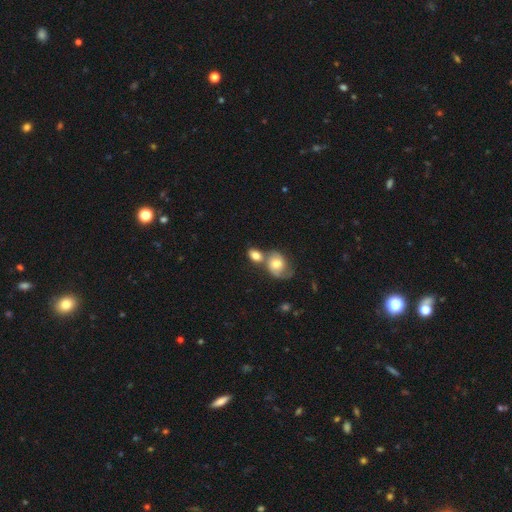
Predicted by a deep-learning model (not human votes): smooth_or_featured: smooth (p=0.68) [alt: featured or disk p=0.23]
how_rounded: in between (p=0.68) [alt: round p=0.30]
merging: merger (p=0.49) [alt: none p=0.34]